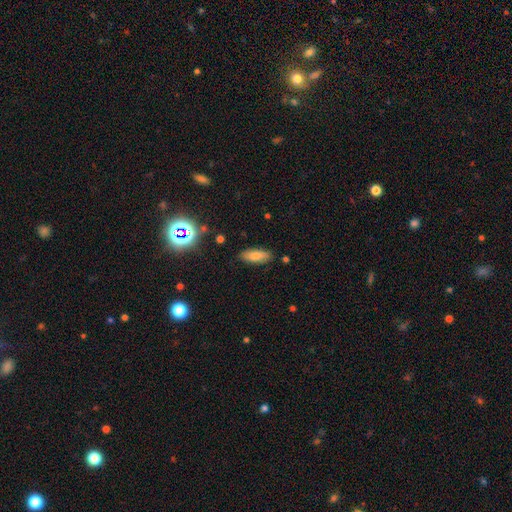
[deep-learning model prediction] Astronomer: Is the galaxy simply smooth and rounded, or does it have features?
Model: smooth — 76%.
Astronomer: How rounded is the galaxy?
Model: in between — 72%.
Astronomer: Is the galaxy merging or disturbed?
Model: none — 85%.